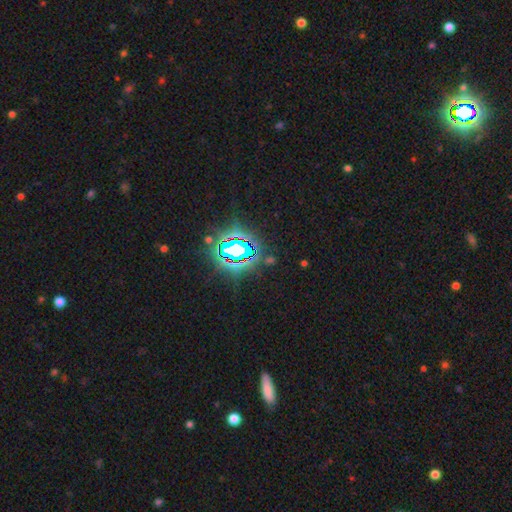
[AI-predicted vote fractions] Smooth or featured? Predicted: star or artifact (p=0.82).